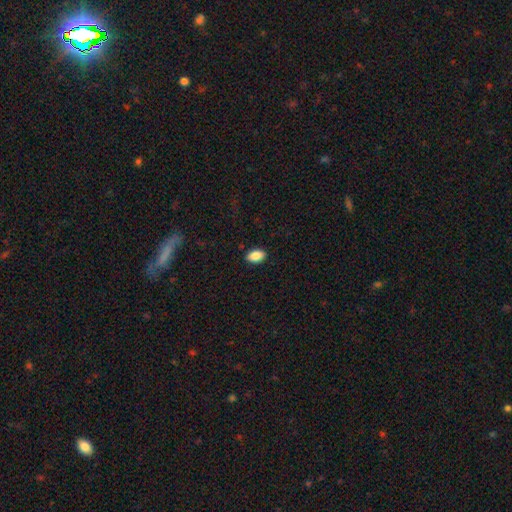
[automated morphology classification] A smooth galaxy with no disk features (87%) that is in between round and cigar-shaped (91%).

Vote fractions:
- Smooth or featured? smooth: 87% / star or artifact: 8% / featured or disk: 5%
- How rounded? in between: 91% / round: 7% / cigar-shaped: 2%
- Merging? none: 89% / minor disturbance: 8% / major disturbance: 2% / merger: 1%